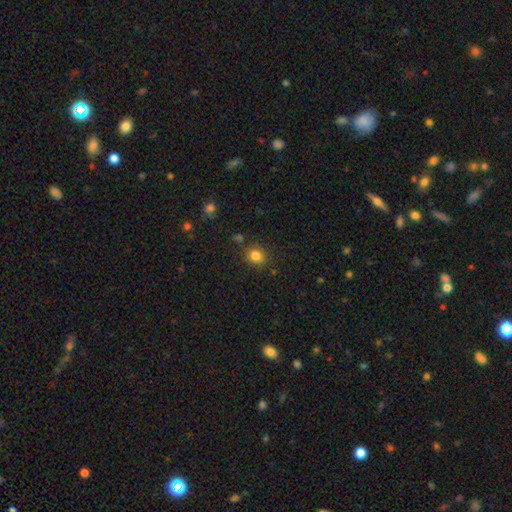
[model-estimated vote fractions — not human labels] Smooth or featured: smooth — 82% (star or artifact — 12%)
How rounded: round — 77% (in between — 22%)
Merging: none — 84% (minor disturbance — 10%)